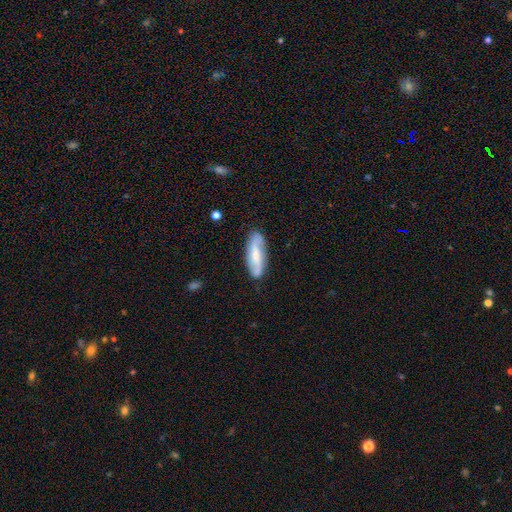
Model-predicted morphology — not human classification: This is possibly a featured or disk galaxy (53%). It is clearly not viewed edge-on (85%). Merging: likely none (78%).